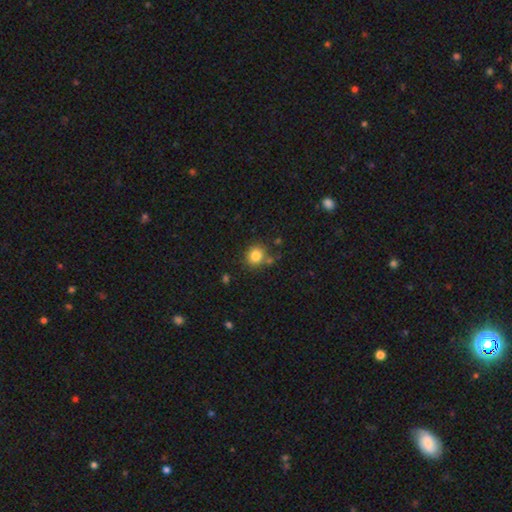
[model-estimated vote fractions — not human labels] This is clearly a smooth galaxy (82%). How rounded: clearly round (84%). Merging: likely none (76%).